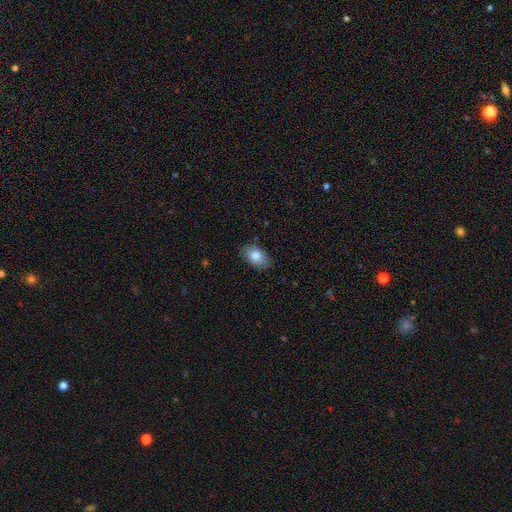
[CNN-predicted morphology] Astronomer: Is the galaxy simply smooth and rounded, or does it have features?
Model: smooth — 82%.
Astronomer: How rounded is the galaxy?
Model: in between — 89%.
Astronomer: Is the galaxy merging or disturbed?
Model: none — 83%.